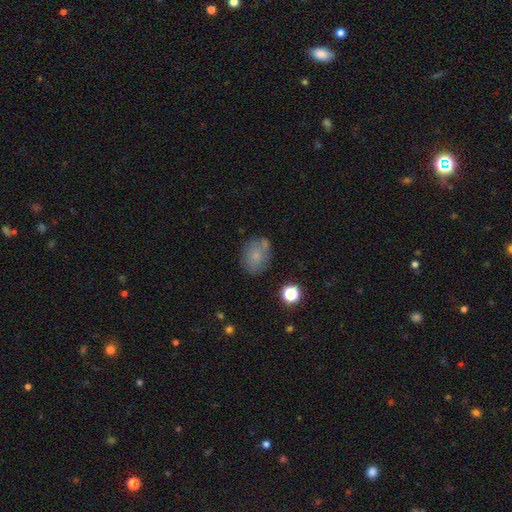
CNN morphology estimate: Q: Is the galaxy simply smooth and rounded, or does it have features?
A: smooth — 70%.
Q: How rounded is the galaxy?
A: in between — 63%.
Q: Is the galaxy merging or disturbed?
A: none — 67%.